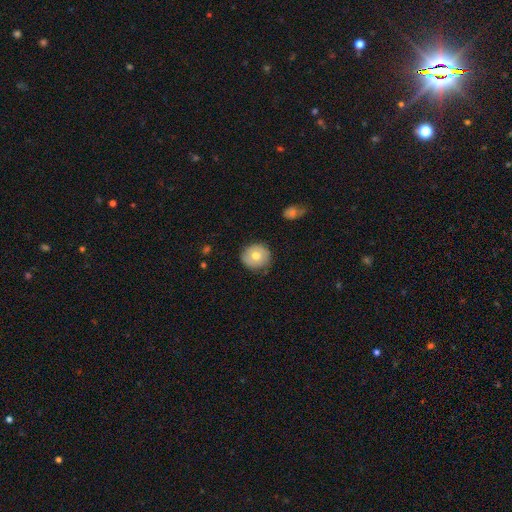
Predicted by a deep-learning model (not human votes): Overall: smooth (66%; featured or disk 26%). How rounded: round (89%). Merging: none (80%).